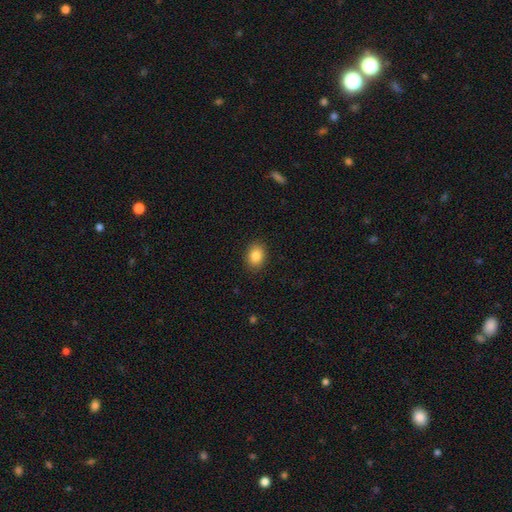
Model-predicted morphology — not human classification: This is clearly a smooth galaxy (86%). How rounded: likely in between (67%). Merging: clearly none (89%).